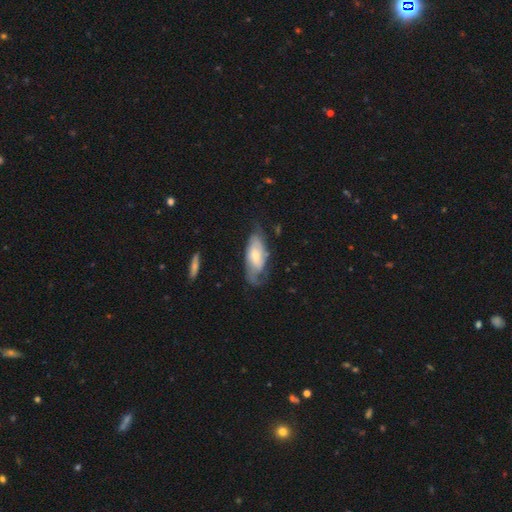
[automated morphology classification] smooth-or-featured: featured or disk: 58% | smooth: 36% | star or artifact: 6%
  disk-edge-on: no: 87% | yes: 13%
    bar: no: 61% | weak: 31% | strong: 8%
    has-spiral-arms: yes: 83% | no: 17%
    bulge-size: moderate: 43% | small: 39% | large: 11% | none: 5% | dominant: 2%
  merging: none: 50% | minor disturbance: 28% | major disturbance: 20% | merger: 2%